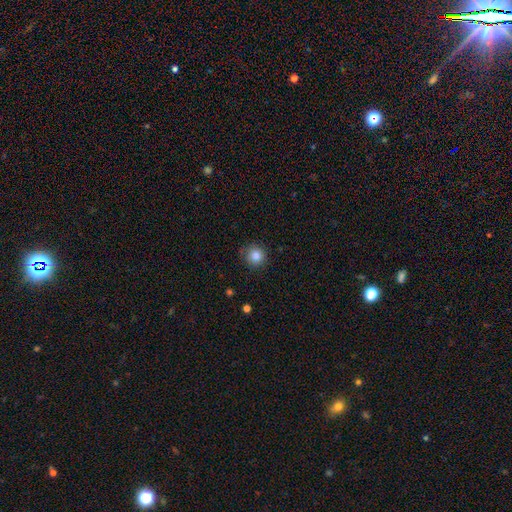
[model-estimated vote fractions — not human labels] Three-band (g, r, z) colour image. It shows a smooth galaxy with no disk features (85%) that is round (92%). Merging: none (82%).